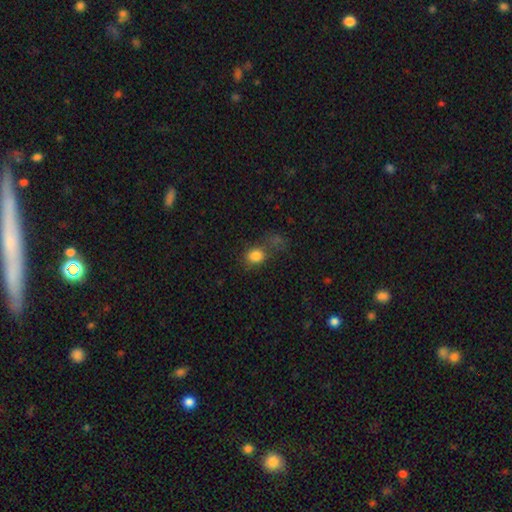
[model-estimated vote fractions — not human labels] Overall: smooth (82%). How rounded: round (59%; in between 39%). Merging: none (51%; minor disturbance 20%).